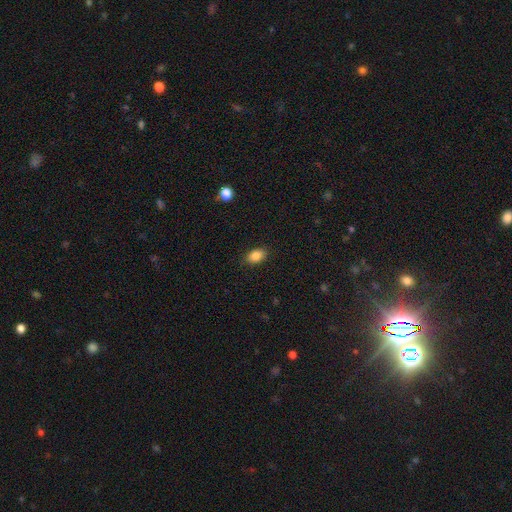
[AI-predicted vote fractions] A smooth galaxy with no disk features (86%) that is in between round and cigar-shaped (87%). Merging: none (87%).